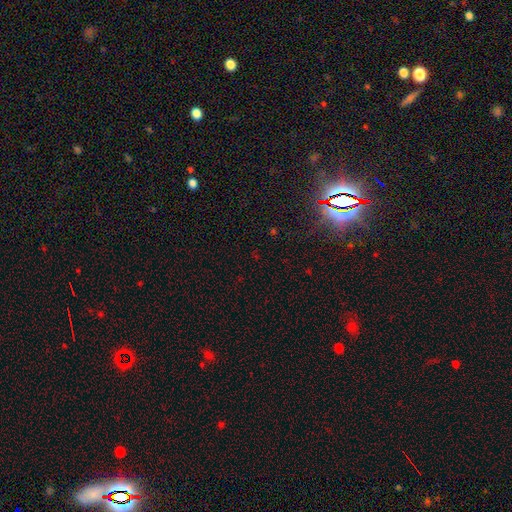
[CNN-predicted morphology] A star or artifact, not a galaxy (70%).